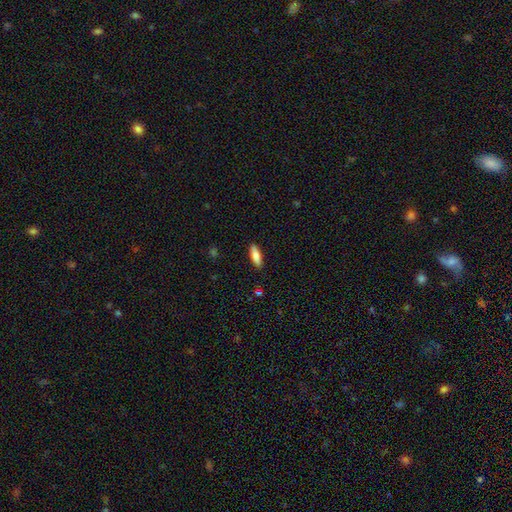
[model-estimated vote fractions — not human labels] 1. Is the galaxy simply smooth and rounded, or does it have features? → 77% smooth, 17% featured or disk, 6% star or artifact.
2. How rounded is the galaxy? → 50% cigar-shaped, 48% in between, 2% round.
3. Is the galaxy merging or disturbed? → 90% none, 8% minor disturbance, 2% major disturbance, 1% merger.